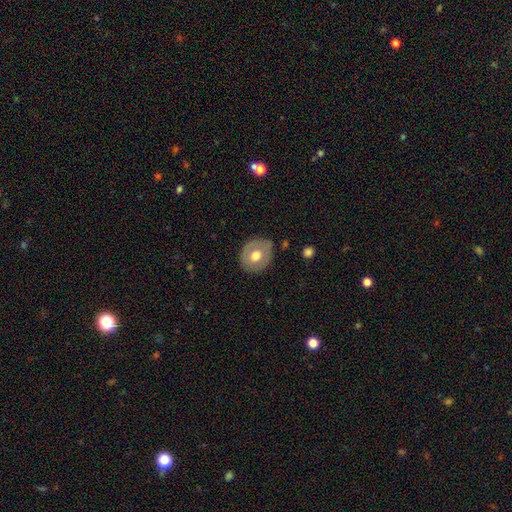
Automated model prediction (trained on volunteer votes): smooth 58%, featured or disk 35%, star or artifact 7%. Down the decision tree: how rounded — round (69%); merging — none (81%).